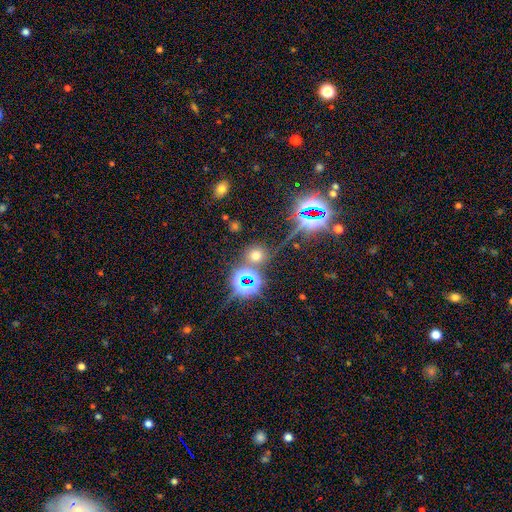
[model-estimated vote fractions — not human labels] Overall: smooth (52%; star or artifact 40%). How rounded: round (89%). Merging: none (74%).